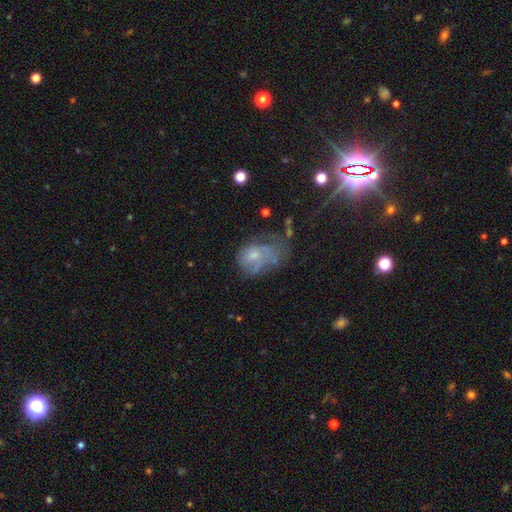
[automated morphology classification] This is possibly a featured or disk galaxy (48%). Merging: marginally major disturbance (42%).